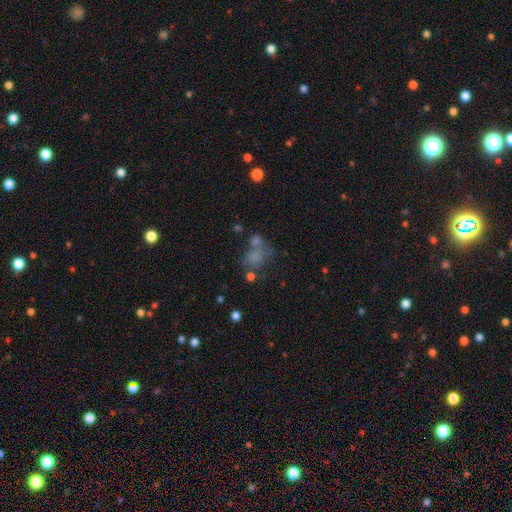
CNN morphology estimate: This is possibly a smooth galaxy (60%). How rounded: possibly in between (53%). Merging: marginally none (35%).